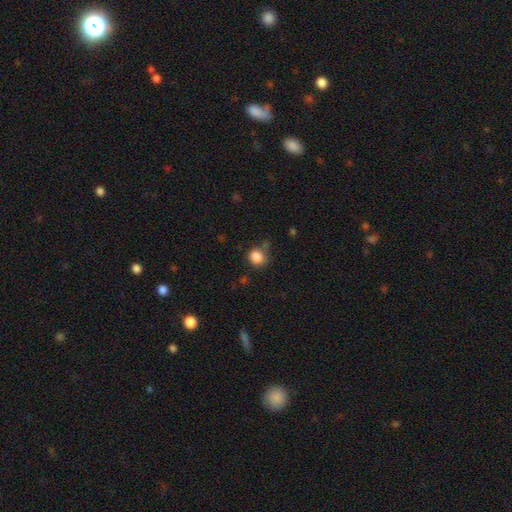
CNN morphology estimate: The model was most divided on "how rounded": round: 72%, in between: 27%, cigar-shaped: 1%. More confident: smooth or featured — smooth (85%); merging — none (66%).